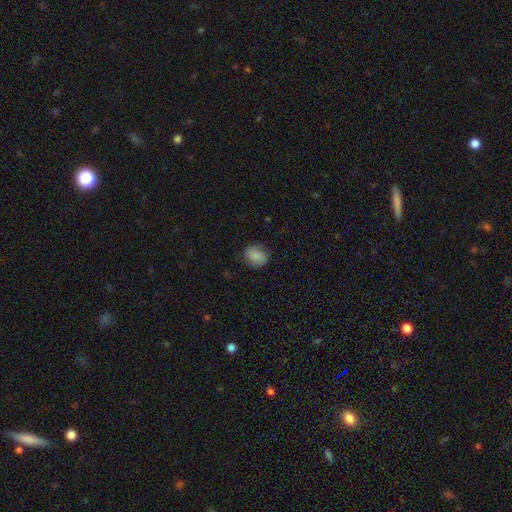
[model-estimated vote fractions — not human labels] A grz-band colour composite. It shows a smooth galaxy with no disk features (80%) that is round (63%). Merging: none (79%).